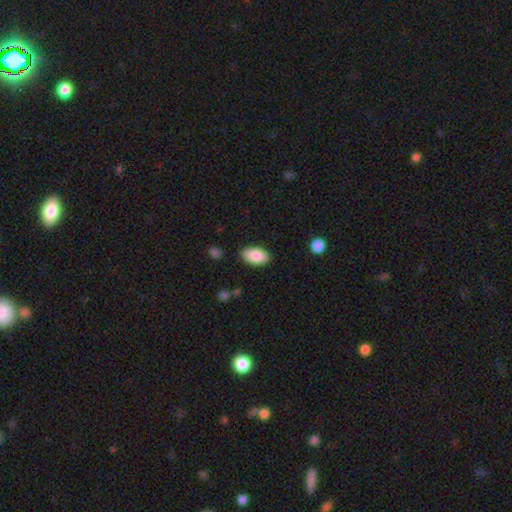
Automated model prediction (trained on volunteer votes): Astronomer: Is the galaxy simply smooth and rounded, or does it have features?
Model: smooth — 87%.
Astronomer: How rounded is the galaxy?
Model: in between — 94%.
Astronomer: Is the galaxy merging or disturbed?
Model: none — 86%.